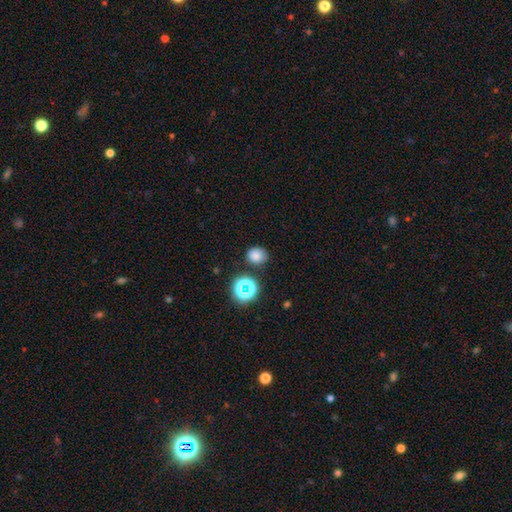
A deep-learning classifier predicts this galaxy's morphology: Q: Smooth or featured?
A: smooth (77%); runner-up: star or artifact (17%)
Q: How rounded?
A: round (72%); runner-up: in between (27%)
Q: Merging?
A: none (82%); runner-up: minor disturbance (11%)